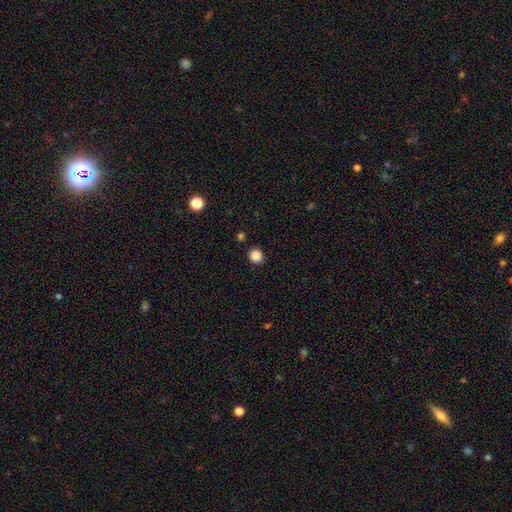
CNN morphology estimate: Smooth or featured: smooth — 86% (star or artifact — 11%)
How rounded: round — 92% (in between — 7%)
Merging: none — 90% (minor disturbance — 6%)